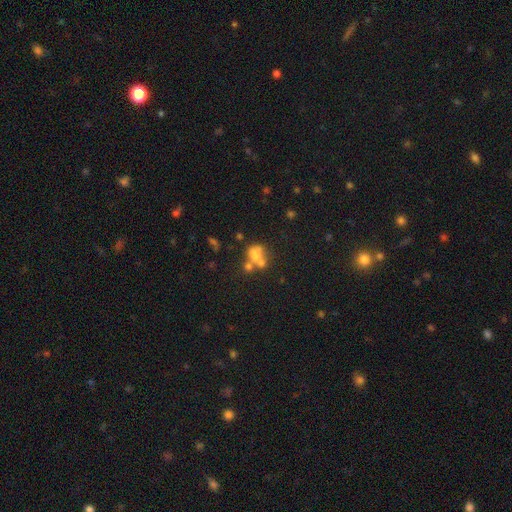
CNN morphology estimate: Smooth or featured? smooth (47%)
Merging? merger (50%)